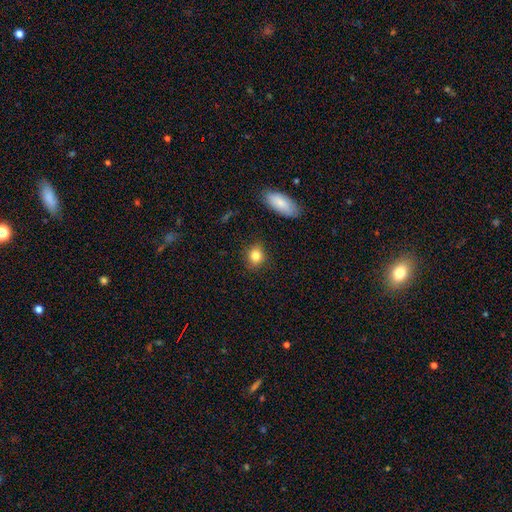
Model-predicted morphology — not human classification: smooth-or-featured: smooth: 84% | star or artifact: 9% | featured or disk: 7%
  how-rounded: round: 62% | in between: 37% | cigar-shaped: 2%
  merging: none: 86% | minor disturbance: 10% | major disturbance: 2% | merger: 2%